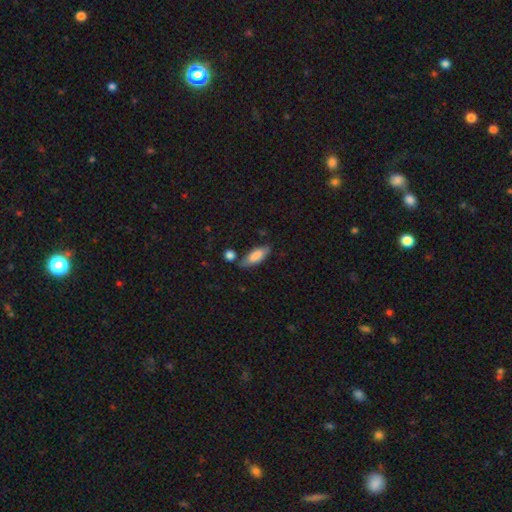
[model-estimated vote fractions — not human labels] Smooth or featured?
  - smooth: 78% *
  - featured or disk: 16%
  - star or artifact: 6%
How rounded?
  - in between: 71% *
  - cigar-shaped: 27%
  - round: 2%
Merging?
  - none: 68% *
  - minor disturbance: 20%
  - merger: 7%
  - major disturbance: 4%